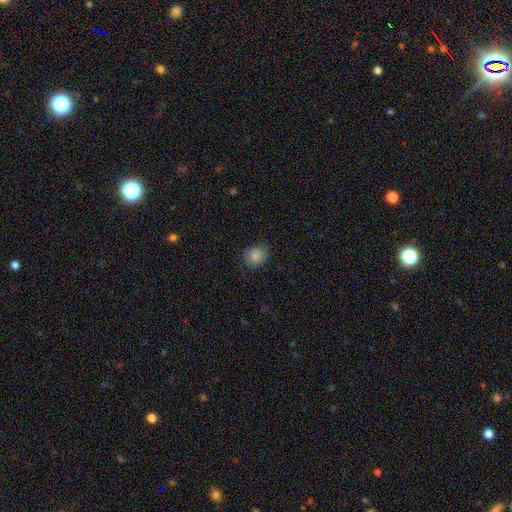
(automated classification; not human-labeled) smooth-or-featured: smooth: 86% | star or artifact: 10% | featured or disk: 4%
  how-rounded: round: 66% | in between: 33% | cigar-shaped: 1%
  merging: none: 82% | minor disturbance: 14% | major disturbance: 3% | merger: 1%